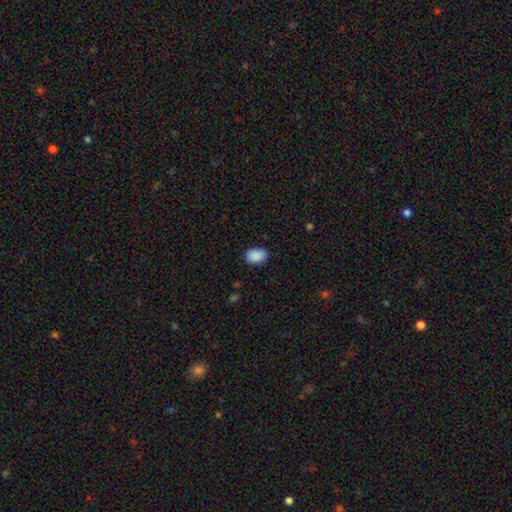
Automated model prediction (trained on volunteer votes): Smooth or featured?
  - smooth: 90% *
  - star or artifact: 7%
  - featured or disk: 3%
How rounded?
  - in between: 79% *
  - round: 20%
  - cigar-shaped: 1%
Merging?
  - none: 84% *
  - minor disturbance: 12%
  - major disturbance: 2%
  - merger: 1%